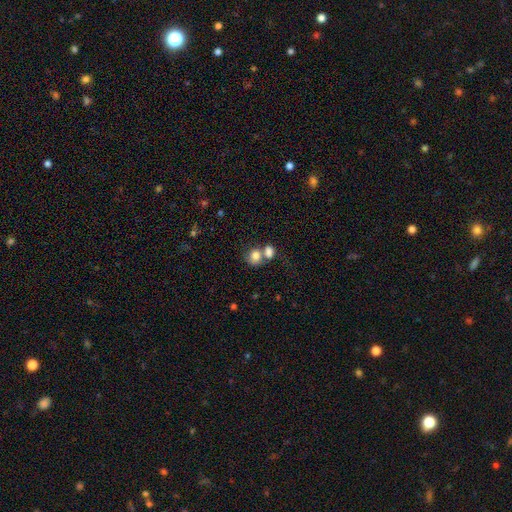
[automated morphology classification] This appears to be a smooth galaxy with no disk features (78%) that is round (64%). Merging: merger (57%).